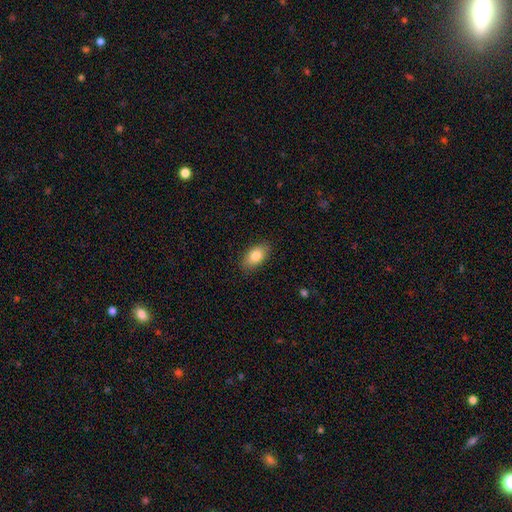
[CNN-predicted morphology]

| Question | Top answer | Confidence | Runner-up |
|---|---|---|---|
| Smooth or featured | smooth | 83% | featured or disk (10%) |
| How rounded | in between | 92% | round (5%) |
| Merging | none | 87% | minor disturbance (9%) |